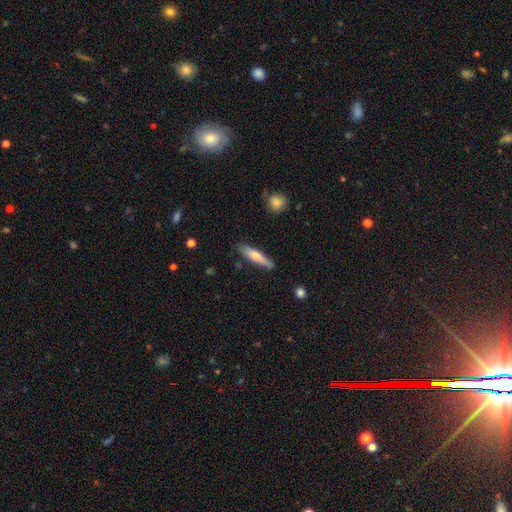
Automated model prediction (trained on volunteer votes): smooth-or-featured: smooth: 62% | featured or disk: 32% | star or artifact: 6%
  how-rounded: cigar-shaped: 85% | in between: 13% | round: 2%
  merging: none: 84% | minor disturbance: 12% | major disturbance: 2% | merger: 2%